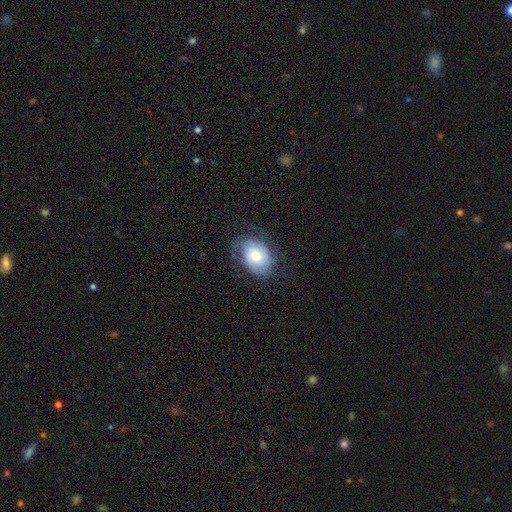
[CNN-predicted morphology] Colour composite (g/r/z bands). It shows a smooth galaxy with no disk features (49%). Merging: none (61%).